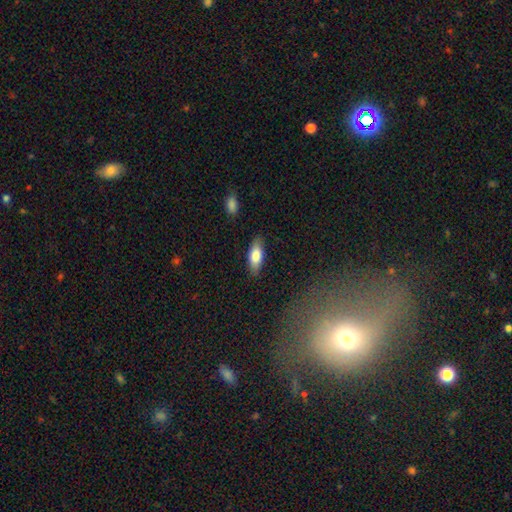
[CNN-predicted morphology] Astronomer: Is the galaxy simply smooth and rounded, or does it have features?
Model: smooth — 79%.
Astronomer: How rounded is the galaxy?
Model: in between — 79%.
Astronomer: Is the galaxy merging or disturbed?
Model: none — 85%.